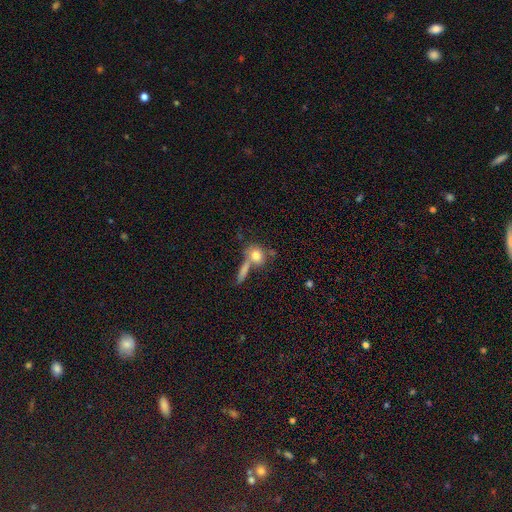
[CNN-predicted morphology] Q: Smooth or featured?
A: smooth (76%); runner-up: featured or disk (14%)
Q: How rounded?
A: round (56%); runner-up: in between (37%)
Q: Merging?
A: none (47%); runner-up: merger (34%)